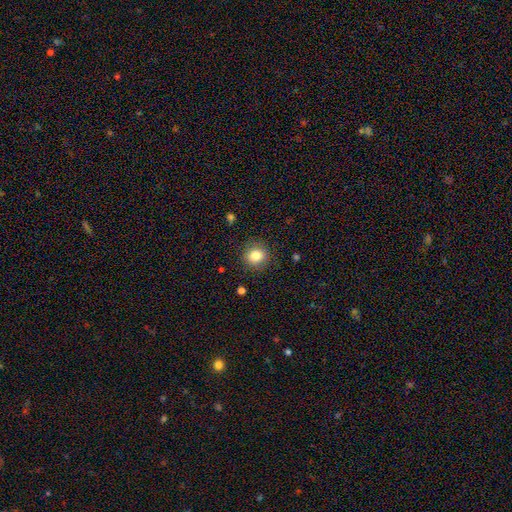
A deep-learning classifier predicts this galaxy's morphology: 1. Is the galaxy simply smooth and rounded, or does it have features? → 83% smooth, 10% star or artifact, 7% featured or disk.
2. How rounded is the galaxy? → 88% round, 11% in between, 1% cigar-shaped.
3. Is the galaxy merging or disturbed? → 89% none, 8% minor disturbance, 3% major disturbance, 1% merger.